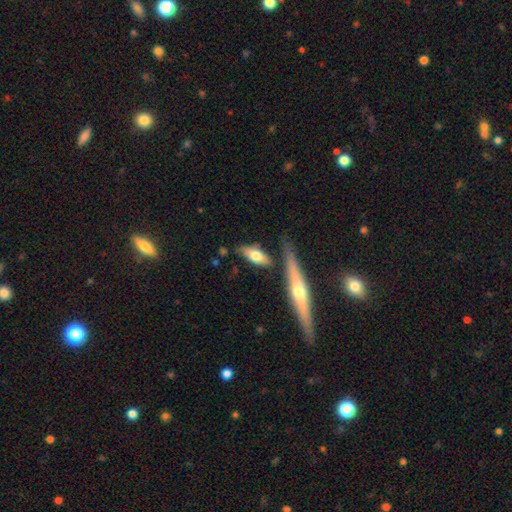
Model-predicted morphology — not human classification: A smooth galaxy with no disk features (66%) that is in between round and cigar-shaped (69%).

Vote fractions:
- Smooth or featured? smooth: 66% / featured or disk: 28% / star or artifact: 6%
- How rounded? in between: 69% / cigar-shaped: 28% / round: 3%
- Merging? none: 68% / minor disturbance: 17% / merger: 10% / major disturbance: 5%